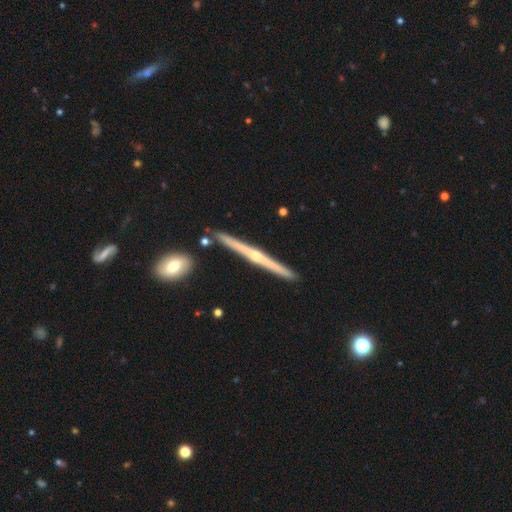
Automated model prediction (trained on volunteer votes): Smooth or featured? Predicted: featured or disk (p=0.80). Edge-on disk? Predicted: yes (p=0.98). Edge-on bulge? Predicted: rounded (p=0.81). Merging? Predicted: none (p=0.90).